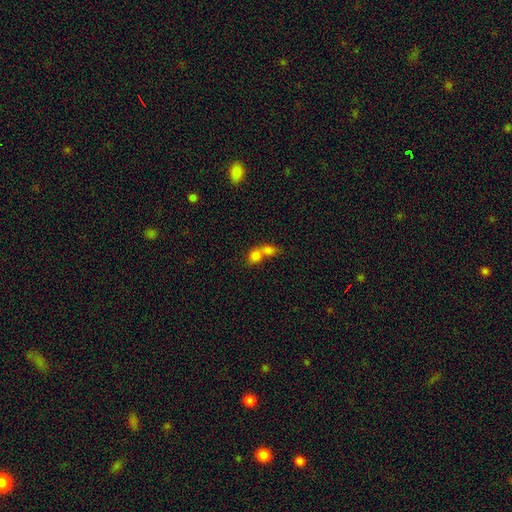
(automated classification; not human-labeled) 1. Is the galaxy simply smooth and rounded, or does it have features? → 77% smooth, 13% featured or disk, 10% star or artifact.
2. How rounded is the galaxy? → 54% in between, 43% round, 3% cigar-shaped.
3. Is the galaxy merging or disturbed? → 74% merger, 18% none, 5% minor disturbance, 4% major disturbance.